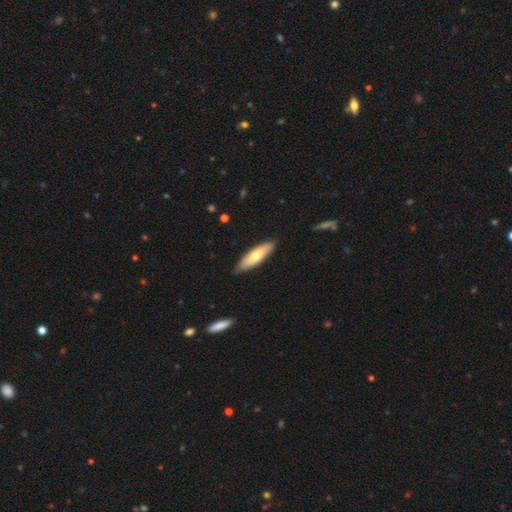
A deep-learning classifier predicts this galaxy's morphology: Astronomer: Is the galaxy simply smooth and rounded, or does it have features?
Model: smooth — 62%.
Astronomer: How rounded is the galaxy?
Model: cigar-shaped — 56% (runner-up: in between, 42%).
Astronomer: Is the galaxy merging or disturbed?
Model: none — 86%.